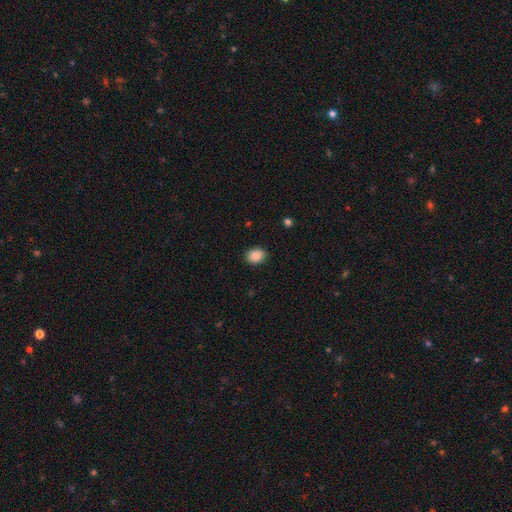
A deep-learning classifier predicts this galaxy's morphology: A smooth galaxy with no disk features (87%) that is in between round and cigar-shaped (58%). Merging: none (88%).